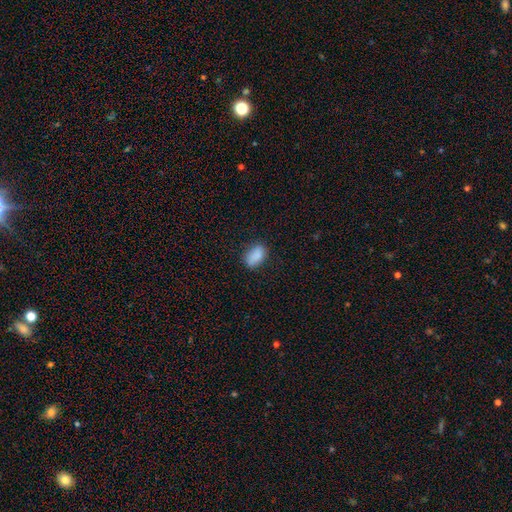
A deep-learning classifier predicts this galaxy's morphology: A smooth galaxy with no disk features (87%) that is in between round and cigar-shaped (89%). Merging: none (76%).